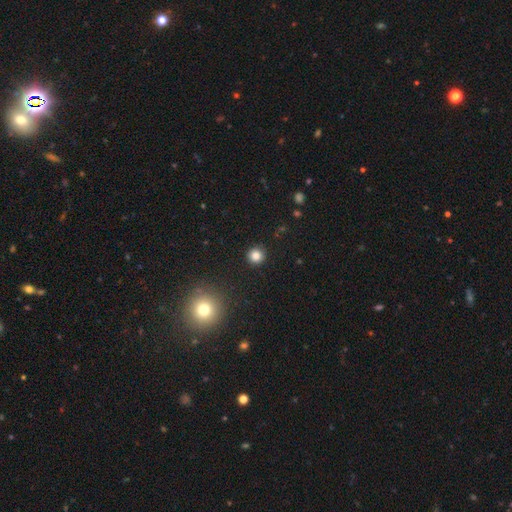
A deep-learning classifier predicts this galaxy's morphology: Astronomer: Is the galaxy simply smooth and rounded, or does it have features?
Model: smooth — 83%.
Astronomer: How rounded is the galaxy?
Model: round — 94%.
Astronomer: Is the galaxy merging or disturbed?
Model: none — 92%.